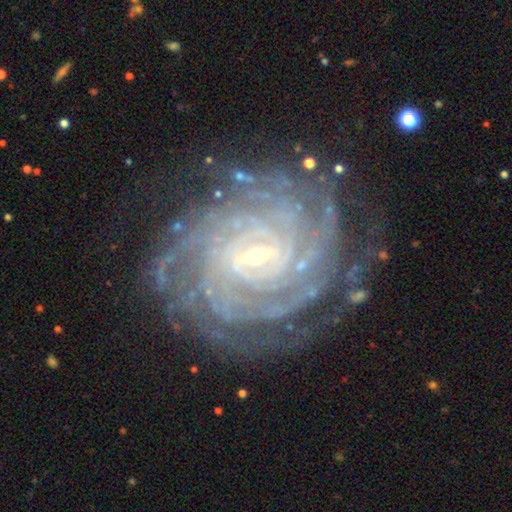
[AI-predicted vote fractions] Smooth or featured? featured or disk (91%)
Edge-on disk? no (97%)
Bar? weak (50%)
Spiral arms? yes (98%)
Spiral winding? tight (85%)
Spiral arm count? more than 4 (25%)
Bulge size? small (77%)
Merging? none (80%)